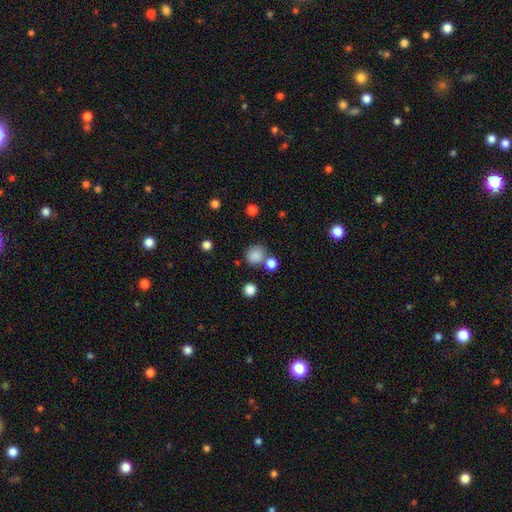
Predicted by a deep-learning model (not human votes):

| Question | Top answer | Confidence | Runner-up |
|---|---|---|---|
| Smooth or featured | smooth | 84% | star or artifact (12%) |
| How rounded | round | 84% | in between (15%) |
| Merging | none | 69% | merger (17%) |